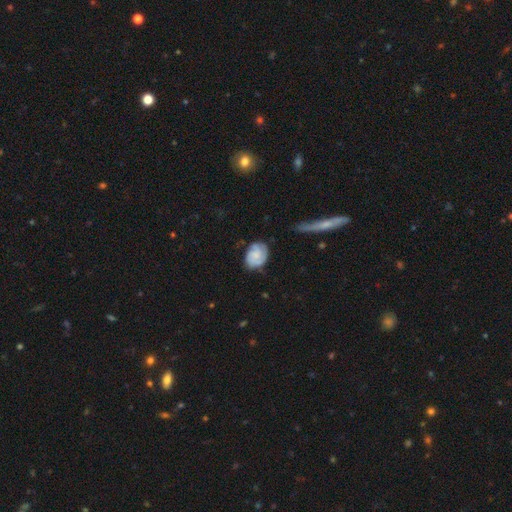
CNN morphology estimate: Overall: featured or disk (51%; smooth 41%). Edge-on disk: no (97%). Merging: none (64%; minor disturbance 25%).